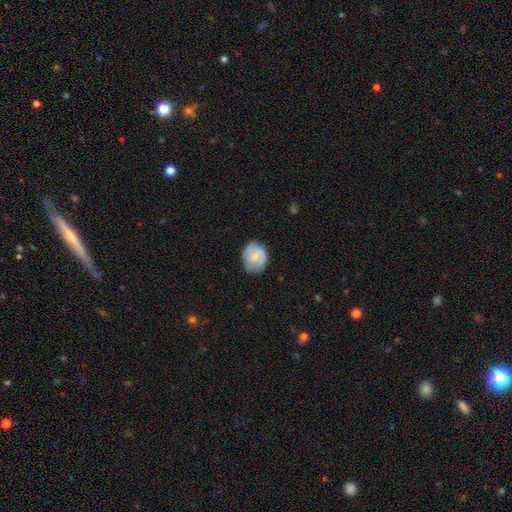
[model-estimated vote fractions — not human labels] Smooth or featured? featured or disk (52%)
Edge-on disk? no (98%)
Bar? no (60%)
Spiral arms? yes (85%)
Bulge size? small (48%)
Merging? none (68%)